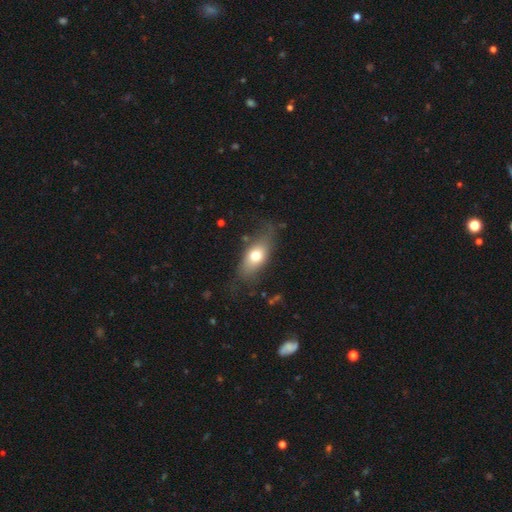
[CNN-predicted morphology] A smooth galaxy with no disk features (66%) that is in between round and cigar-shaped (78%). Merging: none (64%).